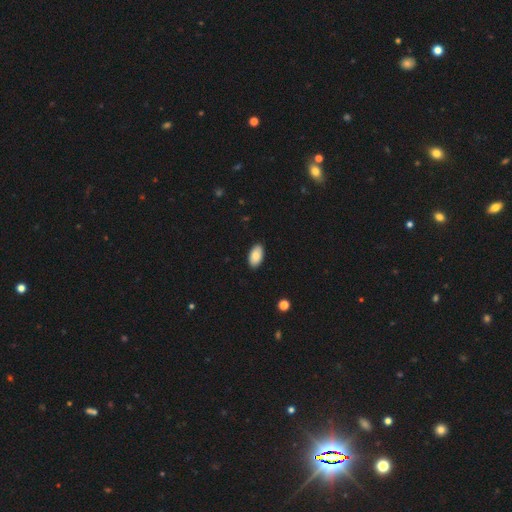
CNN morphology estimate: Smooth or featured?
  - smooth: 84% *
  - featured or disk: 9%
  - star or artifact: 7%
How rounded?
  - in between: 95% *
  - round: 3%
  - cigar-shaped: 2%
Merging?
  - none: 89% *
  - minor disturbance: 8%
  - major disturbance: 2%
  - merger: 1%